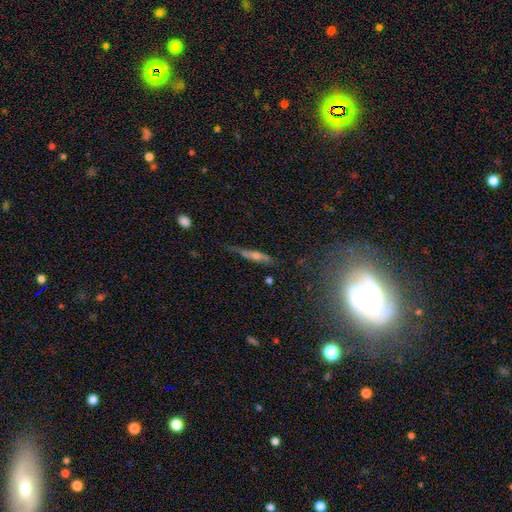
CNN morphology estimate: type=featured or disk (57%); edge-on=yes (85%); merging=none (69%).